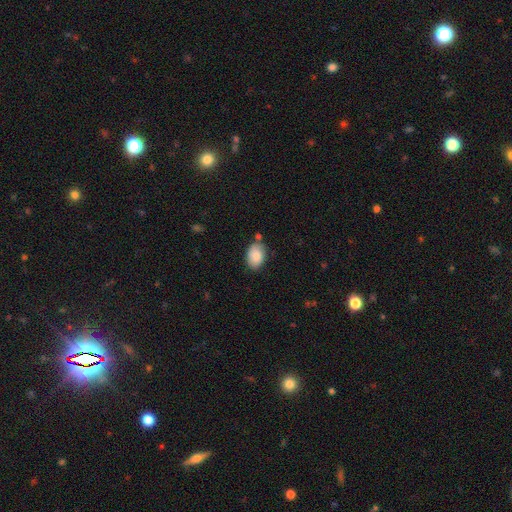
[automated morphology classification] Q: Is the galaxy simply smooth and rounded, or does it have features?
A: smooth — 85%.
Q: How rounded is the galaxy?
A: in between — 87%.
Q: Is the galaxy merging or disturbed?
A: none — 72%.